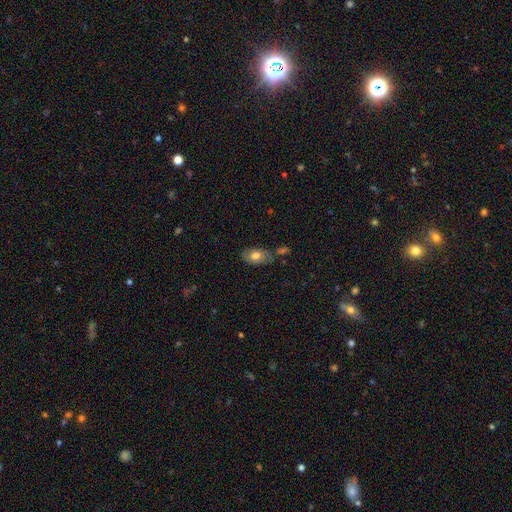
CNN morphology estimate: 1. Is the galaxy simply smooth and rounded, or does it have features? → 67% smooth, 25% featured or disk, 7% star or artifact.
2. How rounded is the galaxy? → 90% in between, 8% round, 2% cigar-shaped.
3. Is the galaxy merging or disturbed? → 61% none, 23% minor disturbance, 11% merger, 6% major disturbance.